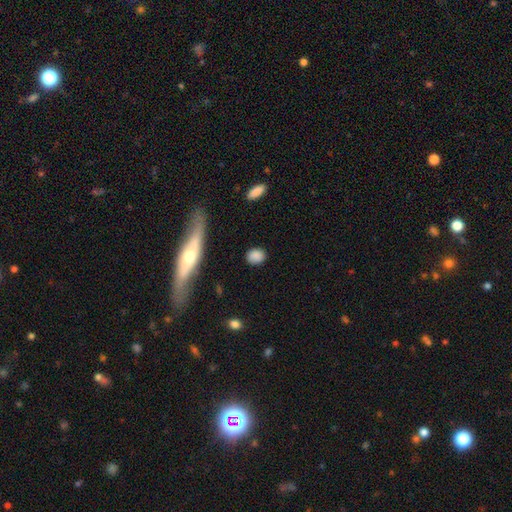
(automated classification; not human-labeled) Smooth or featured? Predicted: smooth (p=0.85). How rounded? Predicted: round (p=0.50). Merging? Predicted: none (p=0.83).